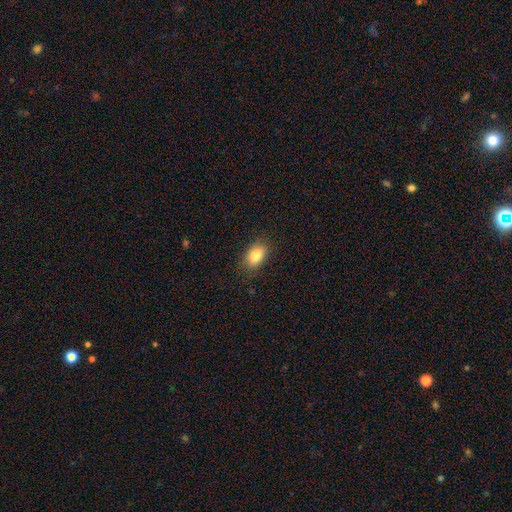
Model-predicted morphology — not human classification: Q: Smooth or featured?
A: smooth (83%); runner-up: star or artifact (8%)
Q: How rounded?
A: in between (86%); runner-up: round (11%)
Q: Merging?
A: none (83%); runner-up: minor disturbance (13%)